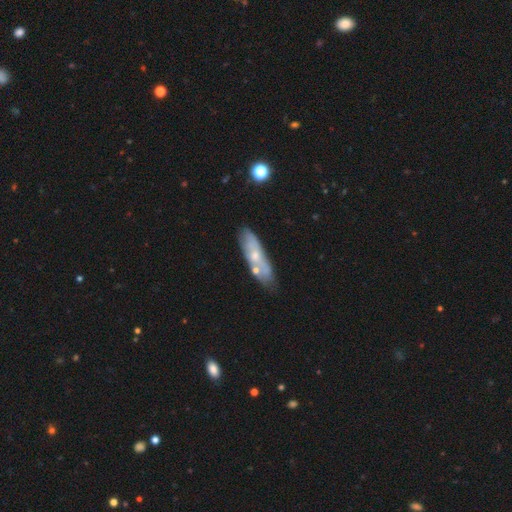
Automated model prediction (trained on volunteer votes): smooth_or_featured: featured or disk (p=0.51) [alt: smooth p=0.42]
disk_edge_on: no (p=0.69) [alt: yes p=0.31]
merging: none (p=0.64) [alt: minor disturbance p=0.19]